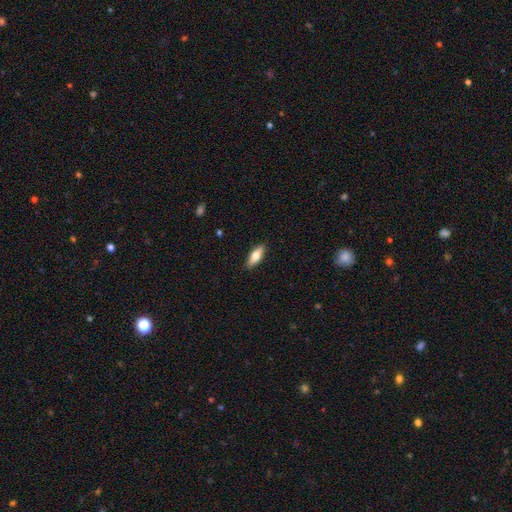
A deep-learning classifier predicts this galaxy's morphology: Q: Smooth or featured?
A: smooth (66%); runner-up: featured or disk (28%)
Q: How rounded?
A: in between (65%); runner-up: cigar-shaped (32%)
Q: Merging?
A: none (88%); runner-up: minor disturbance (9%)